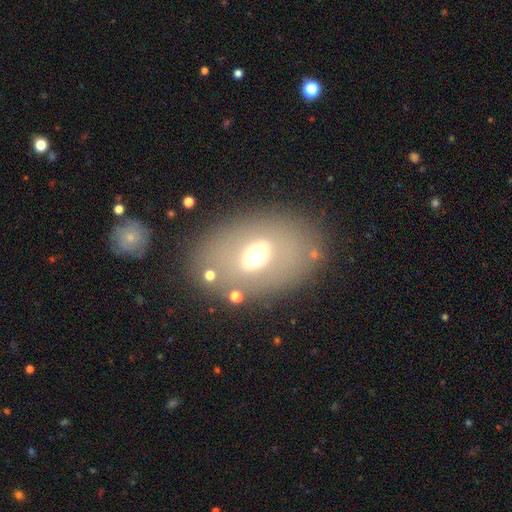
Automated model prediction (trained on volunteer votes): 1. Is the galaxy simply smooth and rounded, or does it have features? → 53% smooth, 32% featured or disk, 15% star or artifact.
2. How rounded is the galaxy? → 75% in between, 23% round, 2% cigar-shaped.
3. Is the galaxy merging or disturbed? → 77% none, 11% minor disturbance, 7% major disturbance, 5% merger.